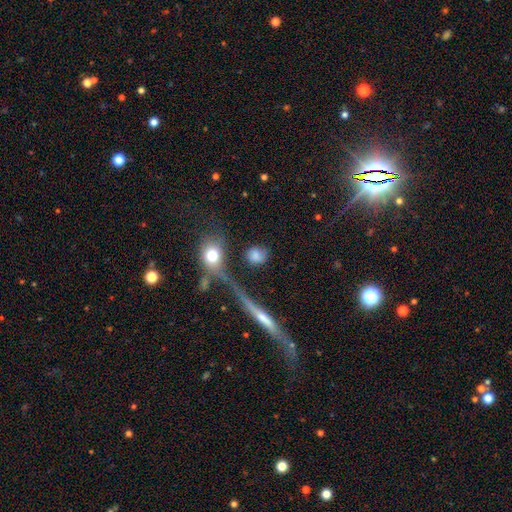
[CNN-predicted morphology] The model was most divided on "merging": none: 69%, minor disturbance: 14%, merger: 9%, major disturbance: 8%. More confident: how rounded — round (77%); smooth or featured — smooth (73%).